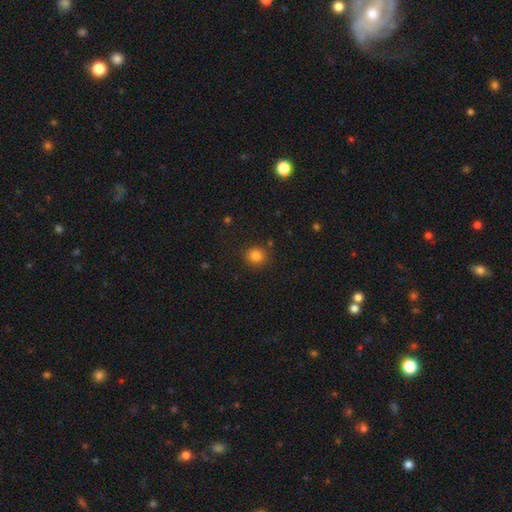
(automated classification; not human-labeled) Smooth or featured? Predicted: smooth (p=0.83). How rounded? Predicted: round (p=0.86). Merging? Predicted: none (p=0.87).